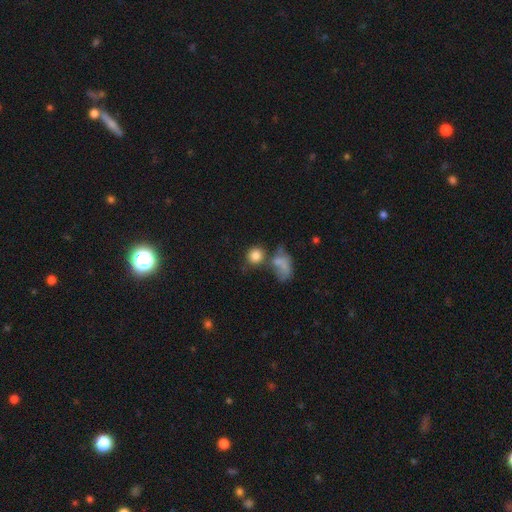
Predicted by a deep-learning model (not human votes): This is clearly a smooth galaxy (82%). How rounded: clearly round (83%). Merging: possibly none (55%).